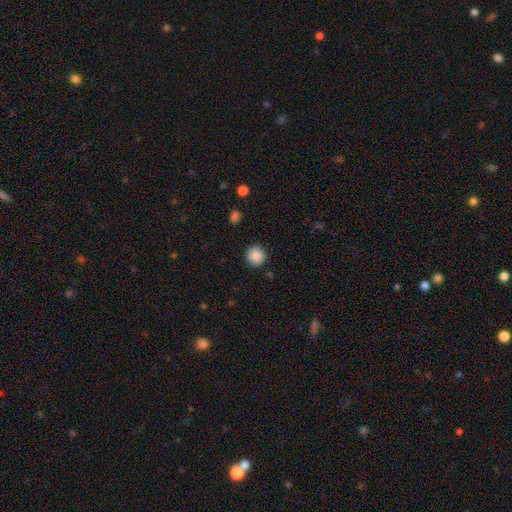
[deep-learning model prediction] smooth-or-featured: smooth: 87% | star or artifact: 9% | featured or disk: 4%
  how-rounded: round: 94% | in between: 5% | cigar-shaped: 1%
  merging: none: 90% | minor disturbance: 7% | major disturbance: 2% | merger: 1%